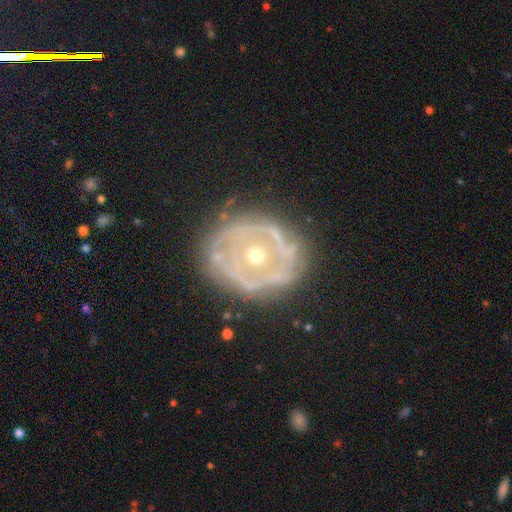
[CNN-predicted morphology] Overall: featured or disk (78%). Edge-on disk: no (95%). Bar: no (81%). Spiral arms: yes (56%; no 44%). Bulge size: moderate (54%; small 43%). Merging: none (65%).